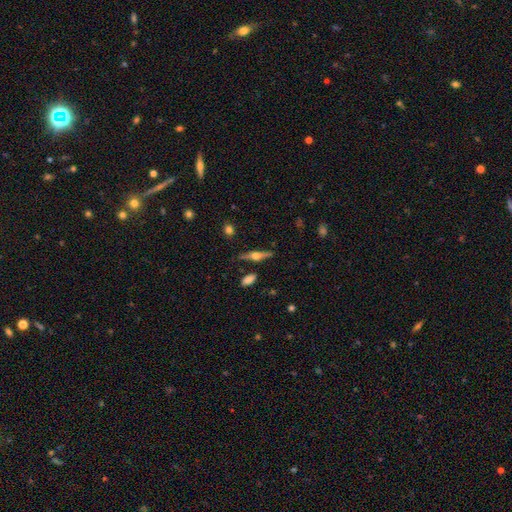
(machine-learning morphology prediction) Q: Smooth or featured?
A: featured or disk (70%); runner-up: smooth (23%)
Q: Edge-on disk?
A: yes (96%); runner-up: no (4%)
Q: Edge-on bulge?
A: rounded (92%); runner-up: boxy (6%)
Q: Merging?
A: none (80%); runner-up: minor disturbance (12%)